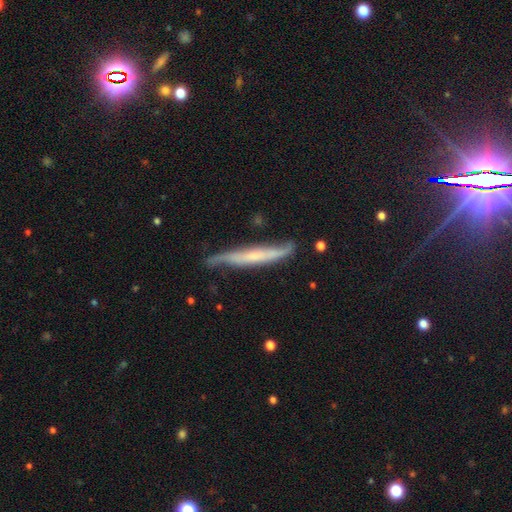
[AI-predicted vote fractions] This appears to be a featured or disk galaxy (63%) viewed edge-on (80%). Merging: none (63%).